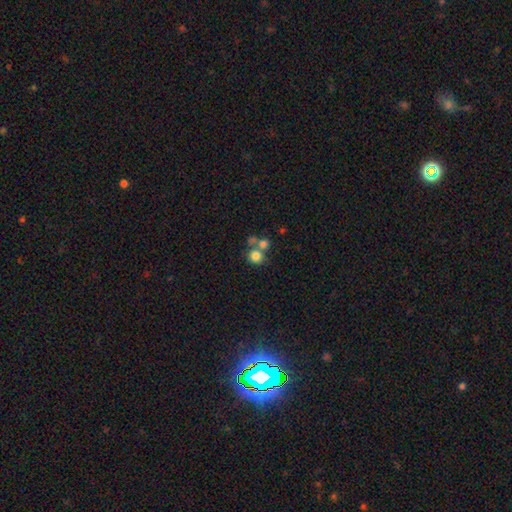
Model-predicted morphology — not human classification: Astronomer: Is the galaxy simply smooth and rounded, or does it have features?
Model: smooth — 77%.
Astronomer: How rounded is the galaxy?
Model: round — 84%.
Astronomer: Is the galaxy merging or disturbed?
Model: none — 44% (runner-up: merger, 43%).